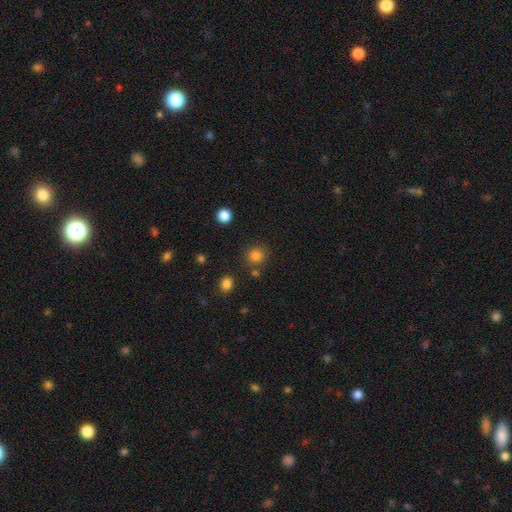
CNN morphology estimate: Smooth or featured?
  - smooth: 83% *
  - star or artifact: 13%
  - featured or disk: 5%
How rounded?
  - round: 91% *
  - in between: 8%
  - cigar-shaped: 1%
Merging?
  - none: 83% *
  - minor disturbance: 8%
  - merger: 7%
  - major disturbance: 3%